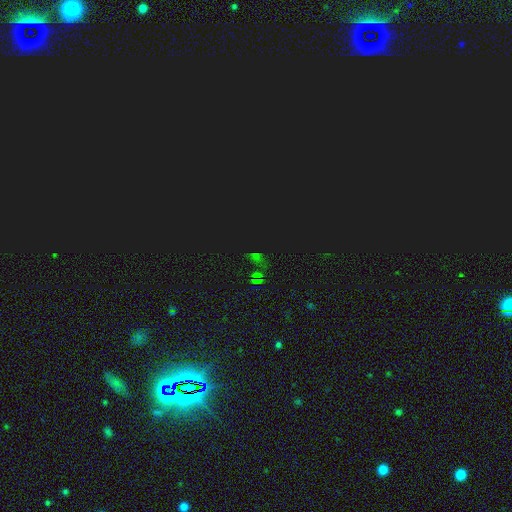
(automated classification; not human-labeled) Smooth or featured? Predicted: star or artifact (p=0.73).